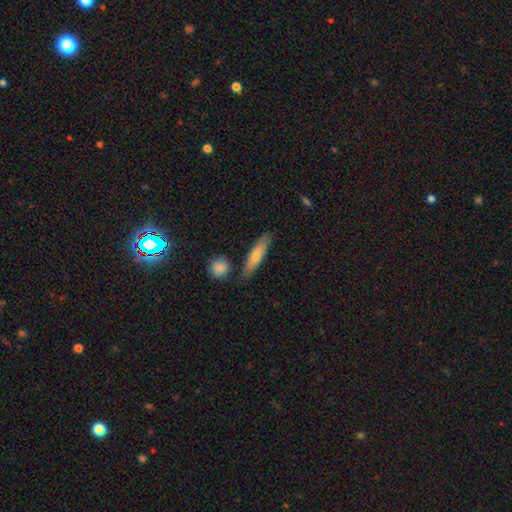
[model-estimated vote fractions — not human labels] Smooth or featured? Predicted: smooth (p=0.68). How rounded? Predicted: cigar-shaped (p=0.73). Merging? Predicted: none (p=0.77).